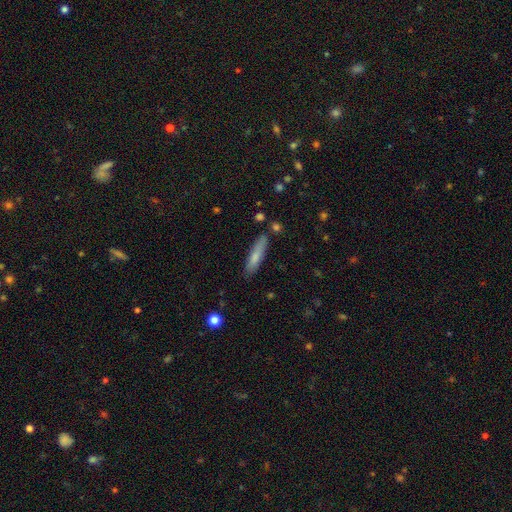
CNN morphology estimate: Overall: smooth (74%). How rounded: cigar-shaped (85%). Merging: none (82%).